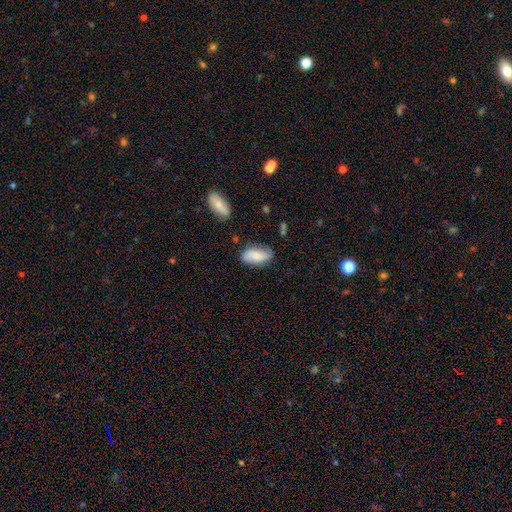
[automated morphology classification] smooth-or-featured: smooth: 64% | featured or disk: 29% | star or artifact: 7%
  how-rounded: in between: 90% | cigar-shaped: 7% | round: 3%
  merging: none: 71% | minor disturbance: 21% | major disturbance: 5% | merger: 3%